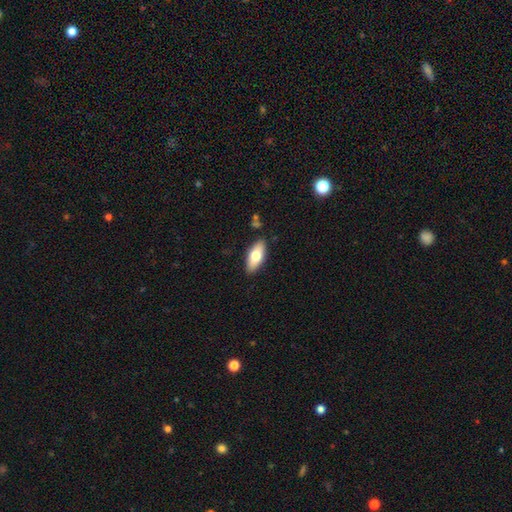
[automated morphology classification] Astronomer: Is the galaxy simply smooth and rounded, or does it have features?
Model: smooth — 69%.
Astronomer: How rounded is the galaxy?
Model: in between — 84%.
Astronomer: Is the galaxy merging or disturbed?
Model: none — 87%.